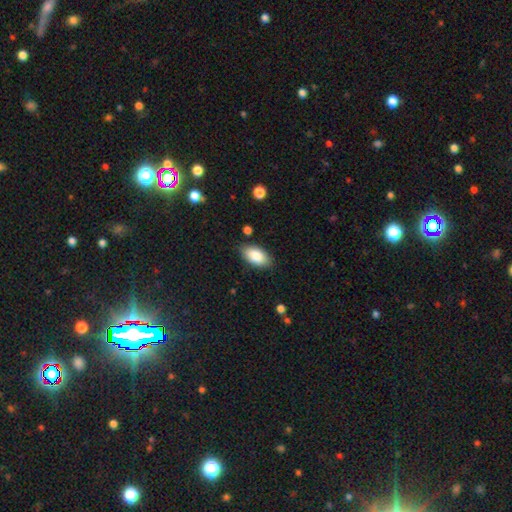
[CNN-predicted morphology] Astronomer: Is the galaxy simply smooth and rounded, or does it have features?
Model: smooth — 85%.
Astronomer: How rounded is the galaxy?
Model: in between — 94%.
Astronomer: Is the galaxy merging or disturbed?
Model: none — 85%.